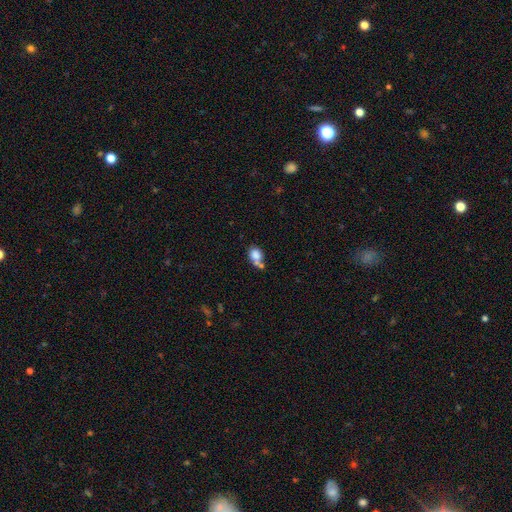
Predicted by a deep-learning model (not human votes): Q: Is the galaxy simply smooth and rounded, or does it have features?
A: smooth — 79%.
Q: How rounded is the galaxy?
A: in between — 56%.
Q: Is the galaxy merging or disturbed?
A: merger — 41%.